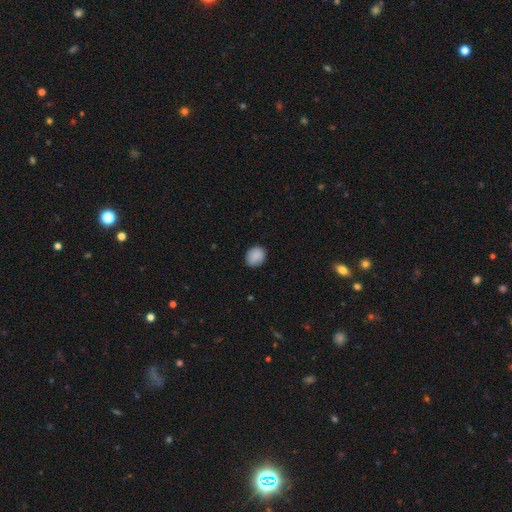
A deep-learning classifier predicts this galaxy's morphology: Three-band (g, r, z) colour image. It shows a smooth galaxy with no disk features (89%) that is round (58%). Merging: none (84%).